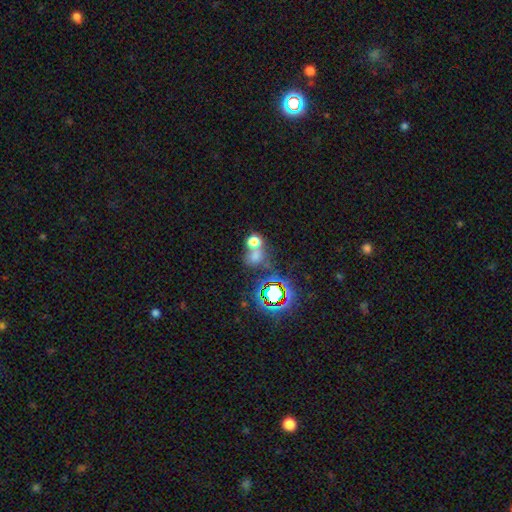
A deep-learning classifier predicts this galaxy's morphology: A smooth galaxy with no disk features (53%) that is round (65%).

Vote fractions:
- Smooth or featured? smooth: 53% / star or artifact: 37% / featured or disk: 10%
- How rounded? round: 65% / in between: 33% / cigar-shaped: 2%
- Merging? none: 47% / merger: 37% / minor disturbance: 10% / major disturbance: 7%